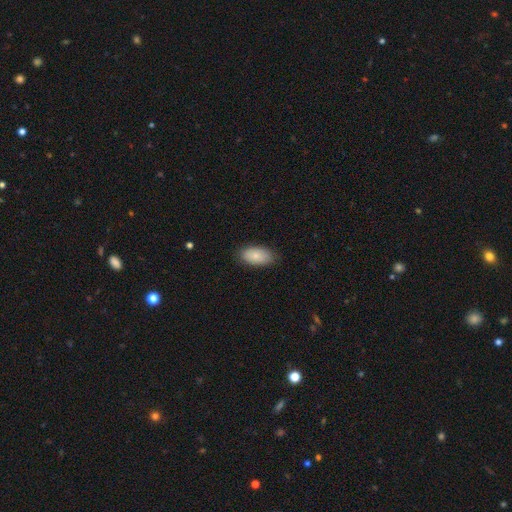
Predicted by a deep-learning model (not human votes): Morphology: type=smooth (83%); roundness=in between (94%); merging=none (83%).